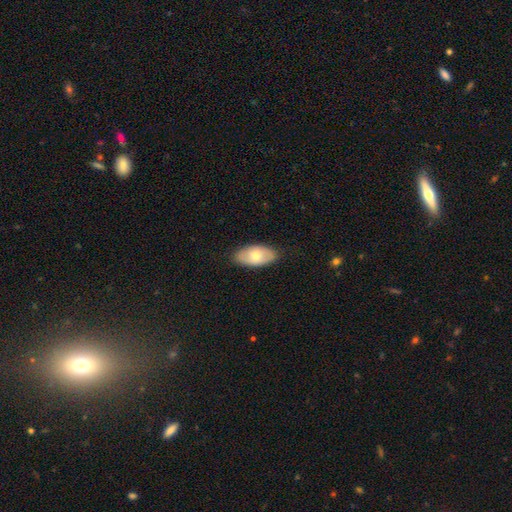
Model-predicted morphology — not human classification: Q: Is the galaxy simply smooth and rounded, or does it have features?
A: smooth — 68%.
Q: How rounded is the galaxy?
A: in between — 93%.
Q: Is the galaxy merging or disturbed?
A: none — 84%.